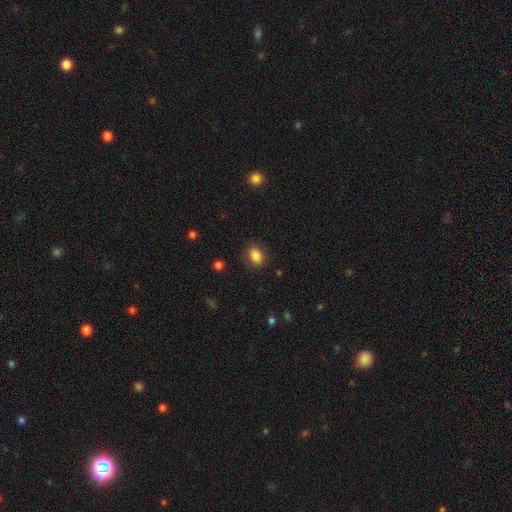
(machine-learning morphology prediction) This is clearly a smooth galaxy (85%). How rounded: possibly in between (60%). Merging: clearly none (85%).